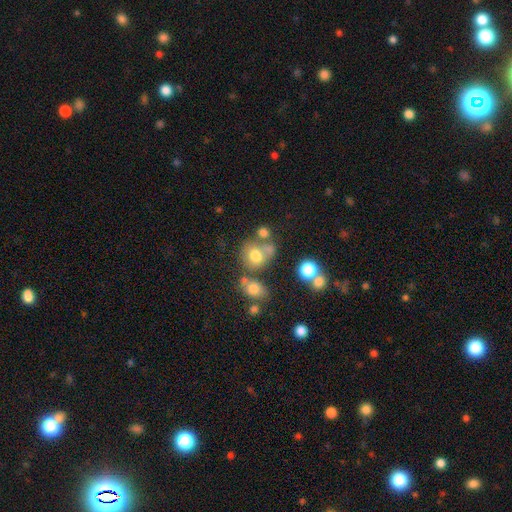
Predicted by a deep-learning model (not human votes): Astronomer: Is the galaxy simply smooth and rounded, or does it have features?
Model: smooth — 70%.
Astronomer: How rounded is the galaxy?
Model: round — 71%.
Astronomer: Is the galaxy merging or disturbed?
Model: none — 44% (runner-up: merger, 29%).